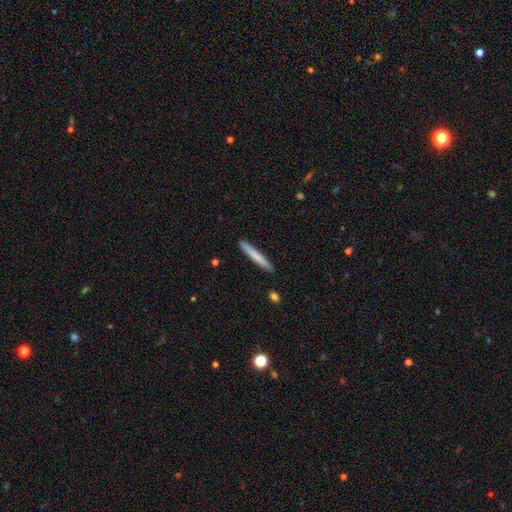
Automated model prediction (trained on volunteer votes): smooth 73%, featured or disk 21%, star or artifact 5%. Down the decision tree: how rounded — cigar-shaped (96%); merging — none (91%).